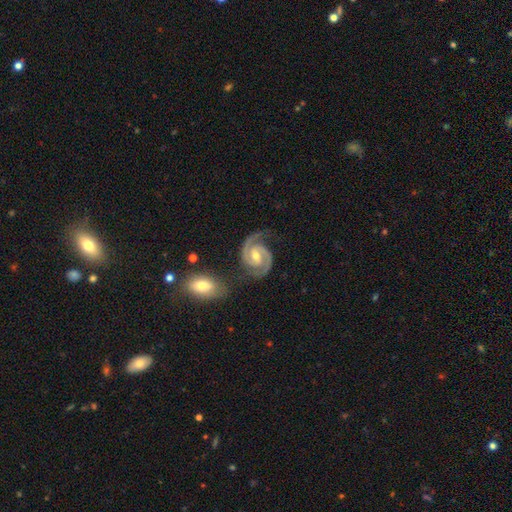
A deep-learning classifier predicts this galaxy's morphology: The model was most divided on "spiral winding": tight: 52%, medium: 43%, loose: 5%. Remaining: spiral arms — yes (99%); edge-on disk — no (98%); spiral arm count — 2 (93%); smooth or featured — featured or disk (93%); merging — none (73%); bulge size — moderate (64%); bar — weak (47%).